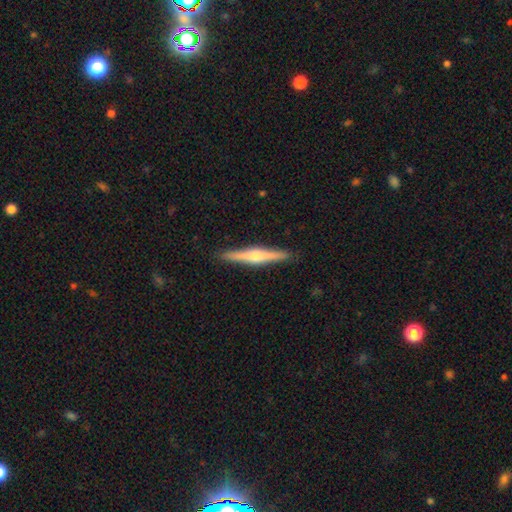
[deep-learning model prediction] Smooth or featured? Predicted: featured or disk (p=0.67). Edge-on disk? Predicted: yes (p=0.98). Edge-on bulge? Predicted: rounded (p=0.89). Merging? Predicted: none (p=0.91).